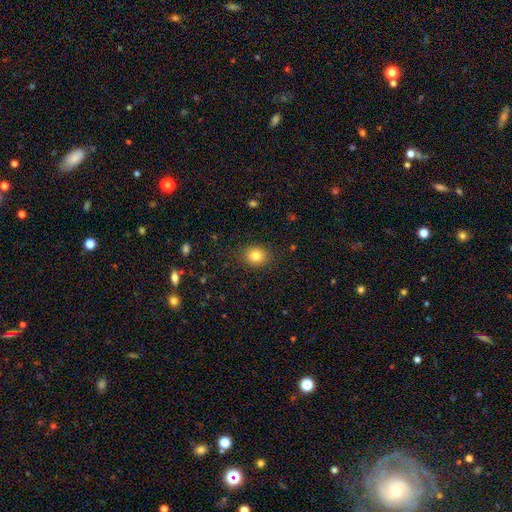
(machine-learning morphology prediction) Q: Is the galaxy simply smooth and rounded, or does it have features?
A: smooth — 82%.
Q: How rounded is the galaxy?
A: round — 64%.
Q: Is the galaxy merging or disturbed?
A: none — 87%.